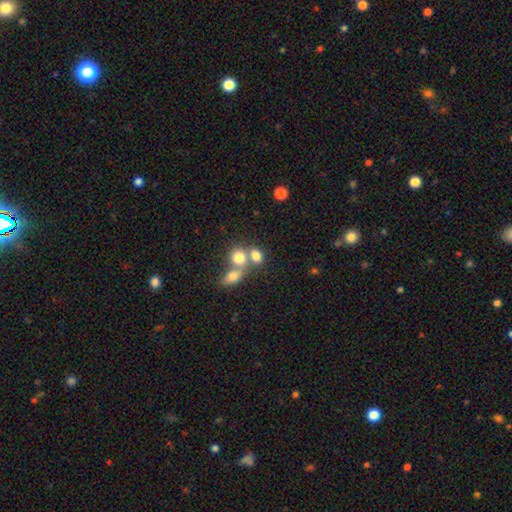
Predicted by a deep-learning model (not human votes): This appears to be a smooth galaxy with no disk features (76%) that is in between round and cigar-shaped (51%). Merging: merger (50%).